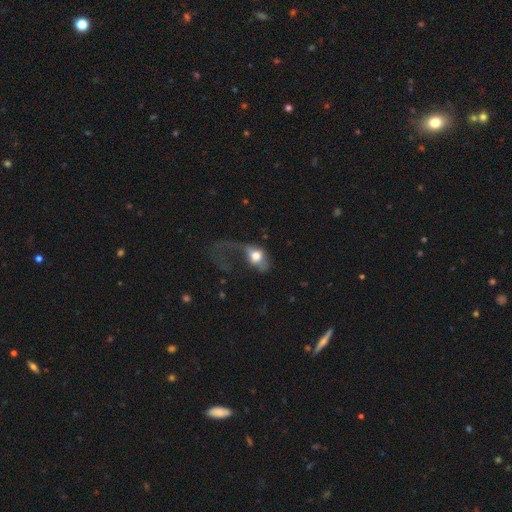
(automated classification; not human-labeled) Smooth or featured? smooth (60%)
How rounded? in between (65%)
Merging? major disturbance (73%)